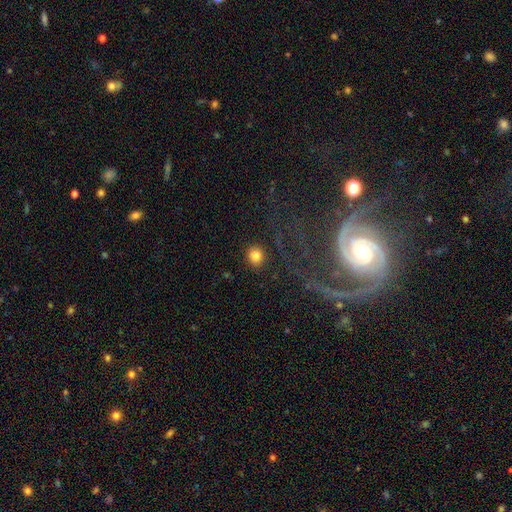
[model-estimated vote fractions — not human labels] Smooth or featured?
  - smooth: 82% *
  - star or artifact: 12%
  - featured or disk: 6%
How rounded?
  - round: 81% *
  - in between: 18%
  - cigar-shaped: 1%
Merging?
  - none: 88% *
  - minor disturbance: 7%
  - major disturbance: 3%
  - merger: 2%